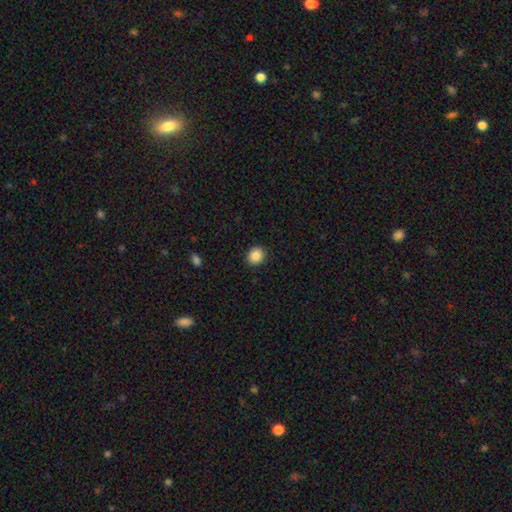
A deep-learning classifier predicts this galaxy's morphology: A smooth galaxy with no disk features (87%) that is round (71%).

Vote fractions:
- Smooth or featured? smooth: 87% / star or artifact: 9% / featured or disk: 4%
- How rounded? round: 71% / in between: 28% / cigar-shaped: 1%
- Merging? none: 90% / minor disturbance: 7% / major disturbance: 2% / merger: 1%